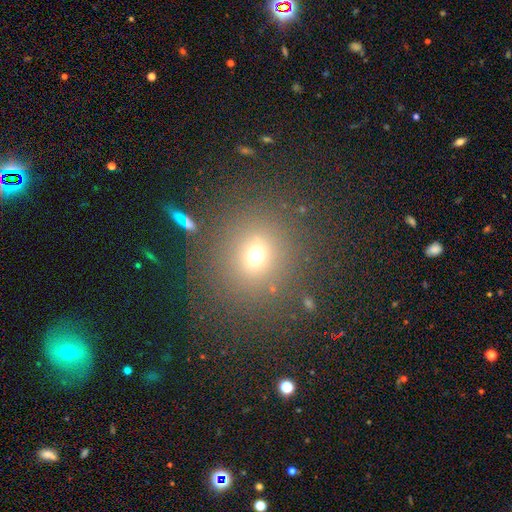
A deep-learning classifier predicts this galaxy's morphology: This appears to be a smooth galaxy with no disk features (67%) that is round (84%). Merging: none (82%).